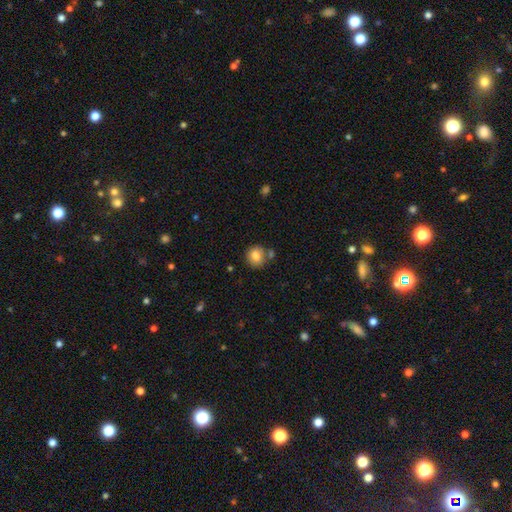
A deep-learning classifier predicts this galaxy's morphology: smooth-or-featured: smooth: 82% | star or artifact: 9% | featured or disk: 9%
  how-rounded: round: 83% | in between: 16% | cigar-shaped: 1%
  merging: none: 70% | merger: 14% | minor disturbance: 13% | major disturbance: 4%